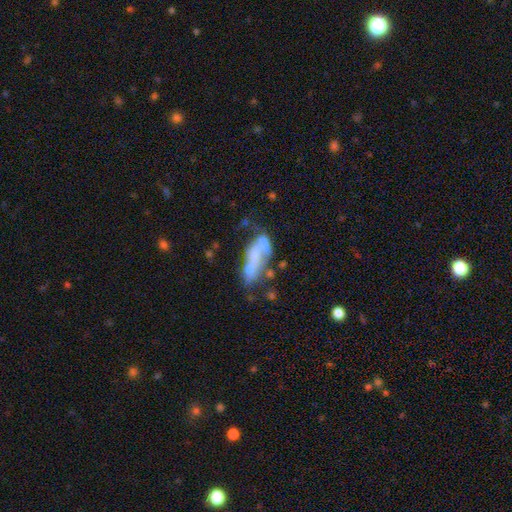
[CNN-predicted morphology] Q: Smooth or featured?
A: featured or disk (50%); runner-up: smooth (40%)
Q: Merging?
A: merger (31%); runner-up: major disturbance (27%)